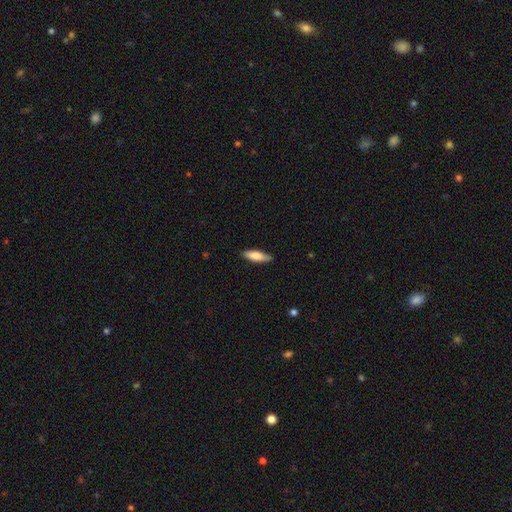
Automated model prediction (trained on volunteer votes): This is clearly a smooth galaxy (80%). How rounded: possibly in between (49%, tied with cigar-shaped). Merging: clearly none (84%).